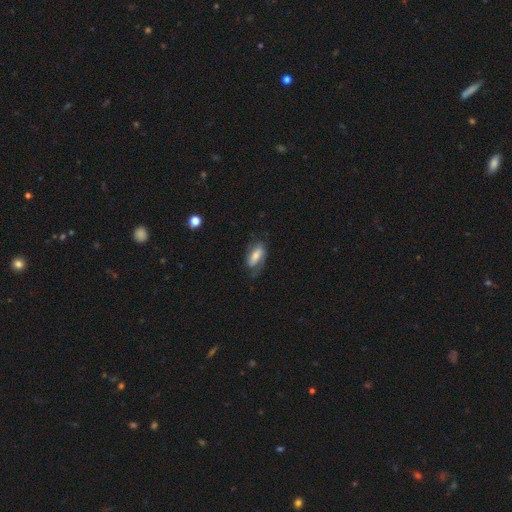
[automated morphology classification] Smooth or featured? Predicted: featured or disk (p=0.50). Edge-on disk? Predicted: no (p=0.88). Merging? Predicted: none (p=0.57).